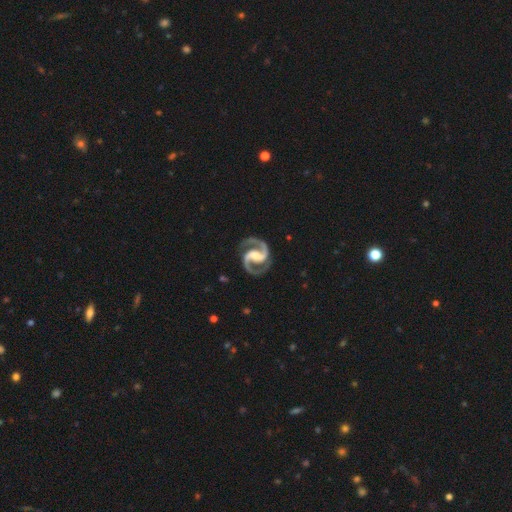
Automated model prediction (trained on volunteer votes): Q: Smooth or featured?
A: featured or disk (95%); runner-up: star or artifact (3%)
Q: Edge-on disk?
A: no (99%); runner-up: yes (1%)
Q: Bar?
A: strong (40%); tied with: weak (40%)
Q: Spiral arms?
A: yes (99%); runner-up: no (1%)
Q: Spiral winding?
A: medium (69%); runner-up: tight (21%)
Q: Spiral arm count?
A: 2 (95%); runner-up: 3 (1%)
Q: Bulge size?
A: moderate (42%); runner-up: small (25%)
Q: Merging?
A: none (85%); runner-up: minor disturbance (10%)